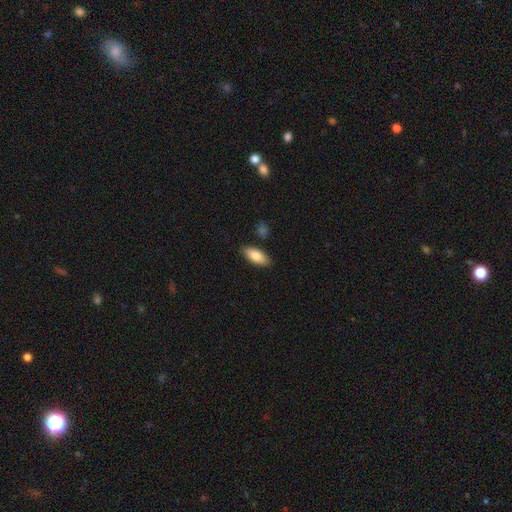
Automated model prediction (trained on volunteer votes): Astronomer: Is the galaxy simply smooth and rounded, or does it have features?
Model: smooth — 83%.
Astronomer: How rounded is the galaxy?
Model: in between — 81%.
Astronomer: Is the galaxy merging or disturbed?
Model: none — 85%.